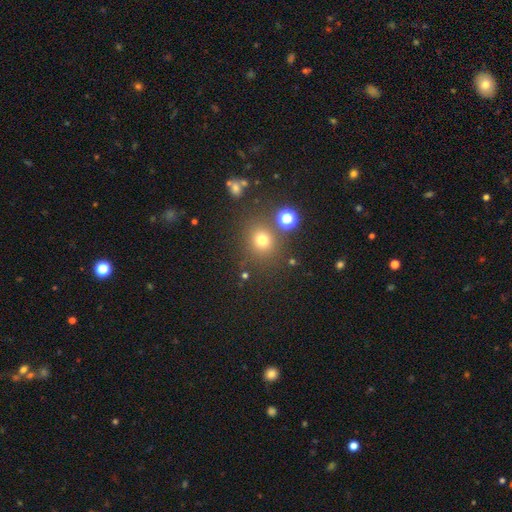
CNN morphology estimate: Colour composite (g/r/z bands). It shows a smooth galaxy with no disk features (53%) that is round (88%). Merging: none (76%).